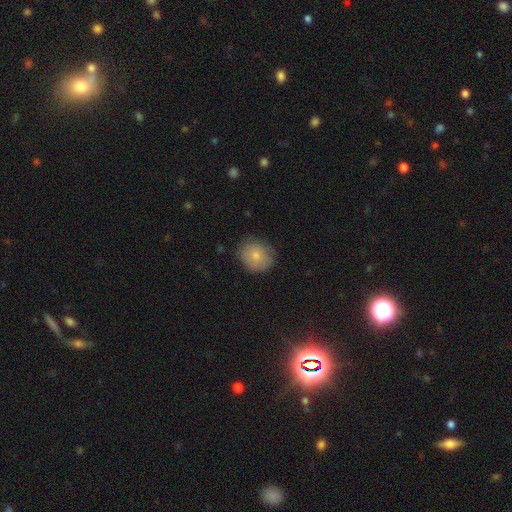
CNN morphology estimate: Smooth or featured?
  - smooth: 78% *
  - featured or disk: 15%
  - star or artifact: 8%
How rounded?
  - round: 70% *
  - in between: 29%
  - cigar-shaped: 1%
Merging?
  - none: 79% *
  - minor disturbance: 16%
  - major disturbance: 4%
  - merger: 1%